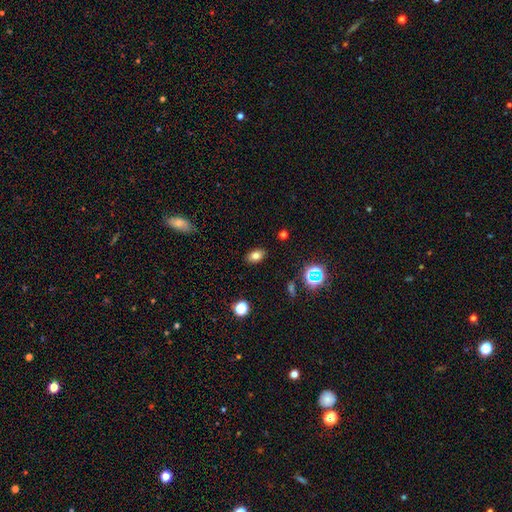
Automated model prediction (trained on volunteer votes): Q: Smooth or featured?
A: smooth (77%); runner-up: star or artifact (14%)
Q: How rounded?
A: in between (85%); runner-up: round (14%)
Q: Merging?
A: none (88%); runner-up: minor disturbance (9%)